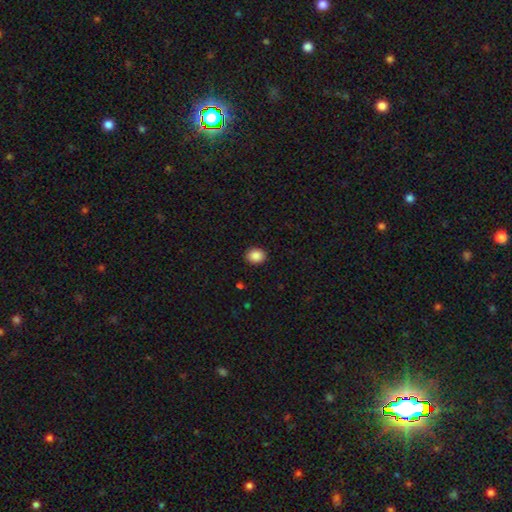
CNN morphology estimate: This appears to be a smooth galaxy with no disk features (88%) that is round (54%). Merging: none (91%).